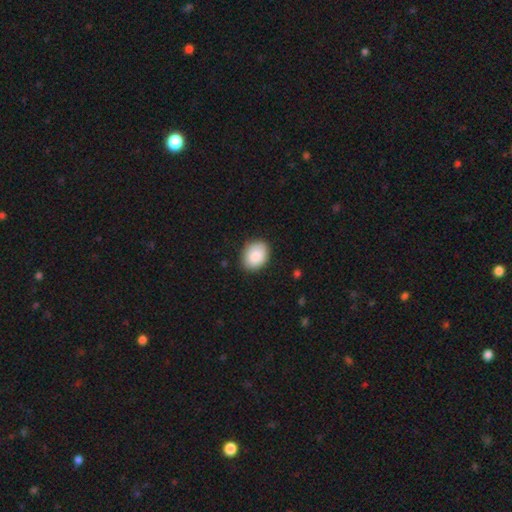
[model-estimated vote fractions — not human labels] Q: Smooth or featured?
A: smooth (88%); runner-up: star or artifact (7%)
Q: How rounded?
A: in between (64%); runner-up: round (35%)
Q: Merging?
A: none (86%); runner-up: minor disturbance (11%)